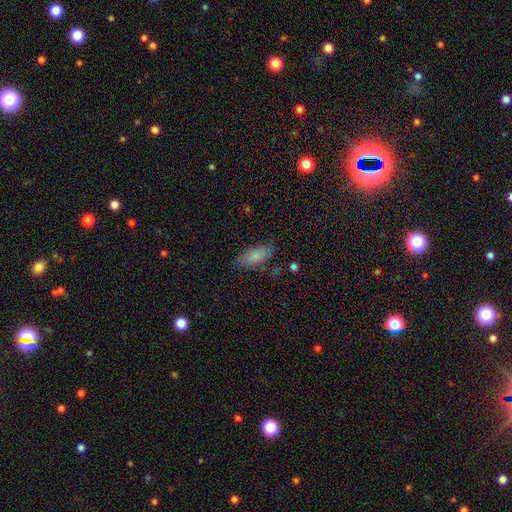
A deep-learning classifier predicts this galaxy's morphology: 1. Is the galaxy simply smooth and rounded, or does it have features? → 82% smooth, 11% featured or disk, 8% star or artifact.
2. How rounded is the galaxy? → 86% in between, 12% cigar-shaped, 2% round.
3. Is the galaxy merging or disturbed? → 77% none, 17% minor disturbance, 4% major disturbance, 2% merger.